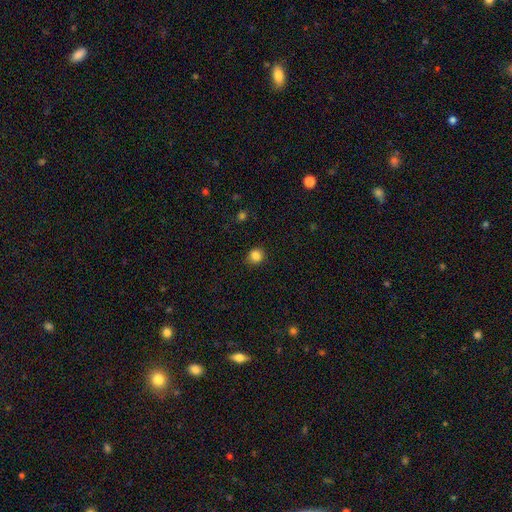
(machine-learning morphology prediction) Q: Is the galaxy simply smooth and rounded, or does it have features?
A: smooth — 84%.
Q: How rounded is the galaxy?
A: round — 78%.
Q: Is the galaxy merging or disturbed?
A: none — 87%.